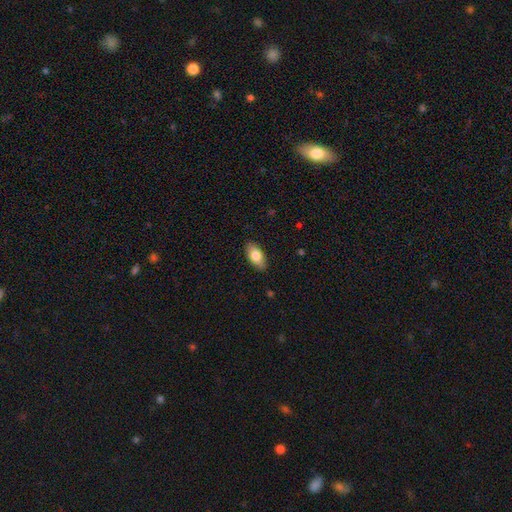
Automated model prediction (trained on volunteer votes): smooth 80%, featured or disk 14%, star or artifact 6%. Down the decision tree: how rounded — in between (92%); merging — none (88%).